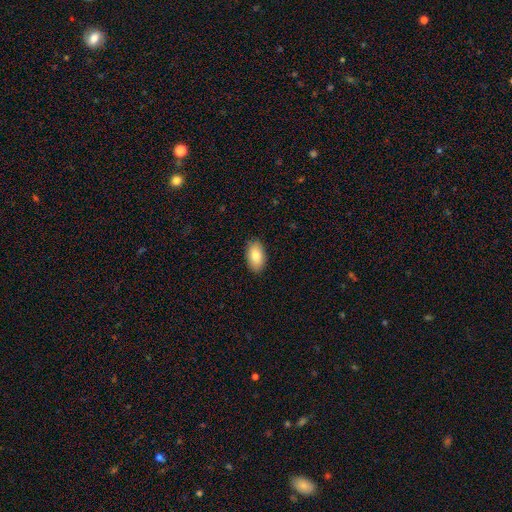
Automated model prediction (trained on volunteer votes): Overall: smooth (83%). How rounded: in between (94%). Merging: none (89%).